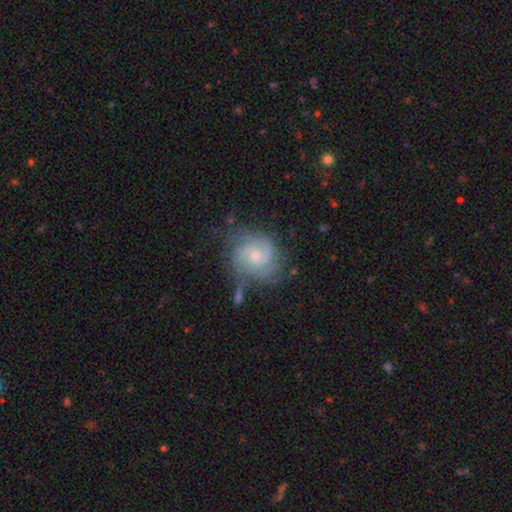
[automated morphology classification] type=featured or disk (82%); edge-on=no (98%); bar=no (67%); spiral arms=yes (95%); winding=tight (60%); arm count=can't tell (27%); bulge=small (50%); merging=none (61%).